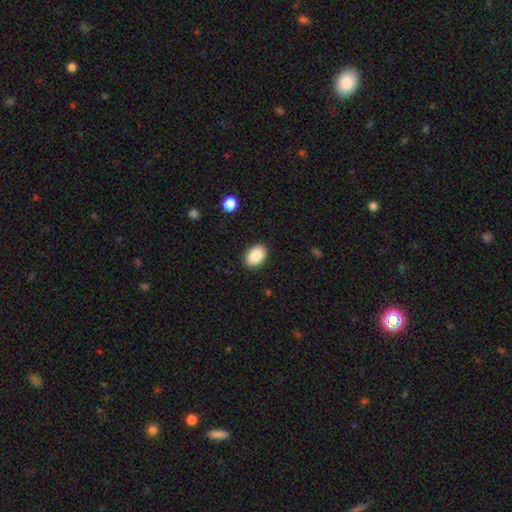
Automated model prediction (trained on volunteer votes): Smooth or featured? Predicted: smooth (p=0.89). How rounded? Predicted: in between (p=0.84). Merging? Predicted: none (p=0.89).